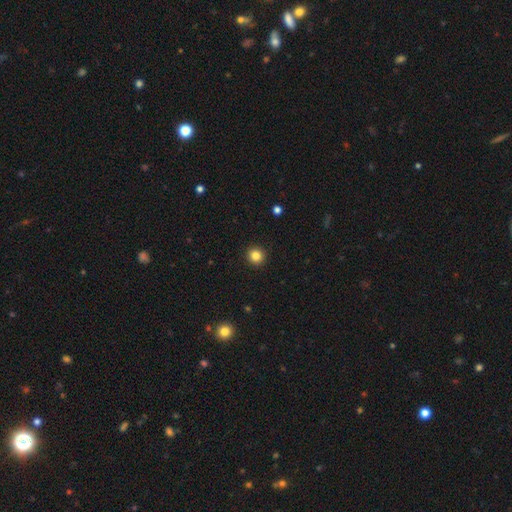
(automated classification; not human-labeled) Overall: smooth (84%). How rounded: round (93%). Merging: none (93%).